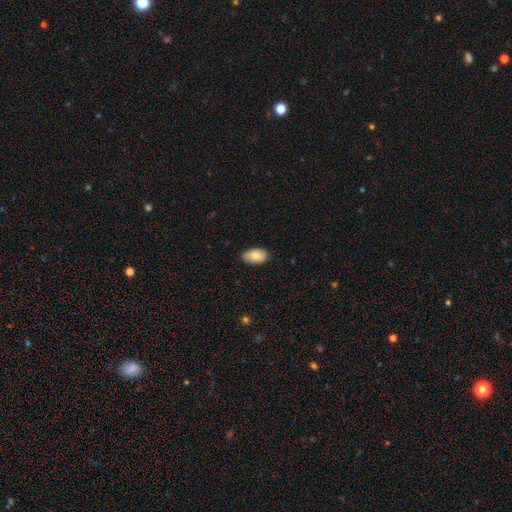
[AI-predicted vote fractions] This appears to be a smooth galaxy with no disk features (85%) that is in between round and cigar-shaped (94%). Merging: none (82%).